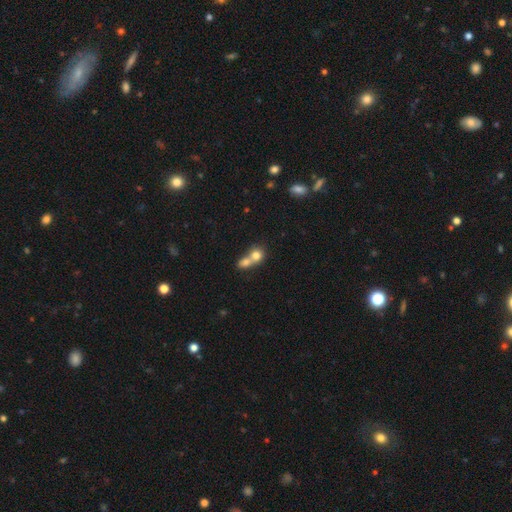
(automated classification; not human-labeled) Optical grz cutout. It shows a smooth galaxy with no disk features (75%) that is round (72%). Merging: merger (70%).